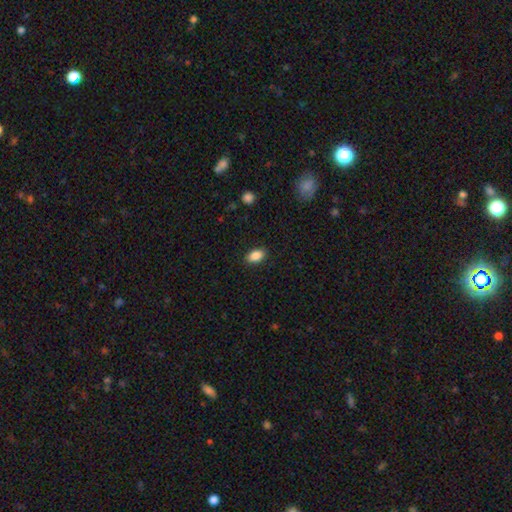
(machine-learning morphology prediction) Smooth or featured? Predicted: smooth (p=0.88). How rounded? Predicted: in between (p=0.91). Merging? Predicted: none (p=0.89).